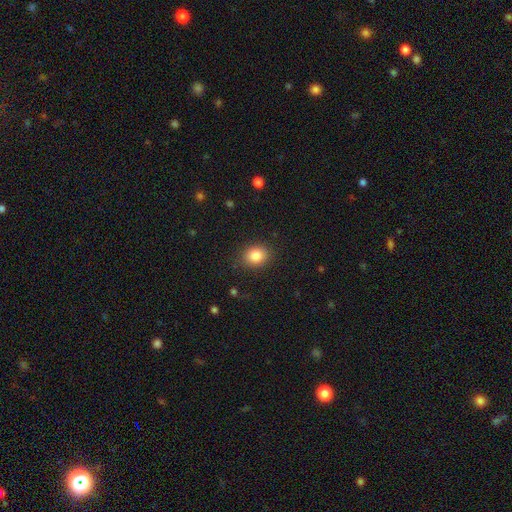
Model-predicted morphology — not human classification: Smooth or featured? smooth (85%)
How rounded? round (55%)
Merging? none (86%)